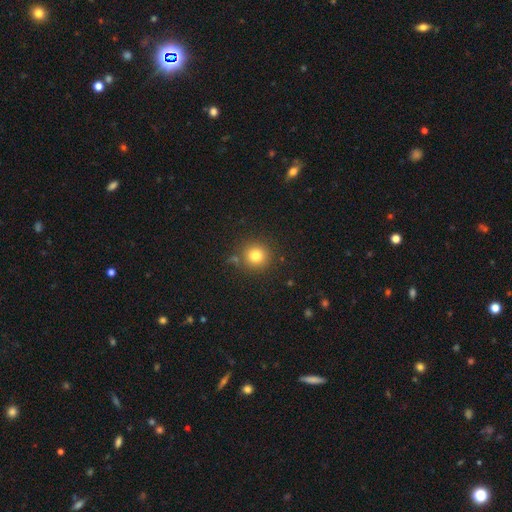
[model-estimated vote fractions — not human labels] This is clearly a smooth galaxy (80%). How rounded: clearly round (92%). Merging: clearly none (84%).